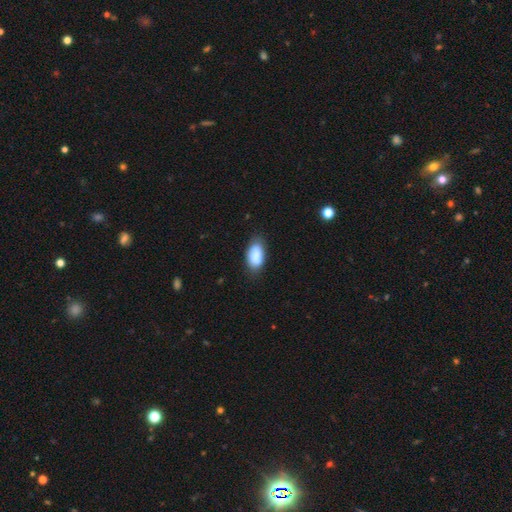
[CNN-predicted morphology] This is clearly a smooth galaxy (85%). How rounded: clearly in between (92%). Merging: likely none (74%).